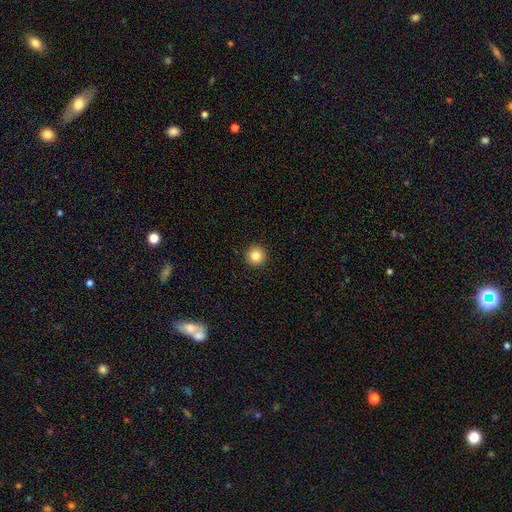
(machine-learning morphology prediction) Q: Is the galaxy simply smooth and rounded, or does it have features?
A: smooth — 85%.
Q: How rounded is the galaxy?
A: round — 96%.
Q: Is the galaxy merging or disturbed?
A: none — 93%.